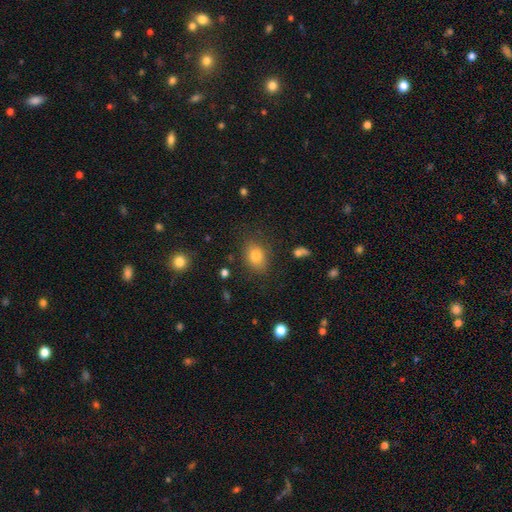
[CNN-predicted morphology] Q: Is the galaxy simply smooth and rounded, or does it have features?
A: smooth — 80%.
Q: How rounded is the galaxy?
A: in between — 66%.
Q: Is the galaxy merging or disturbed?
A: none — 81%.